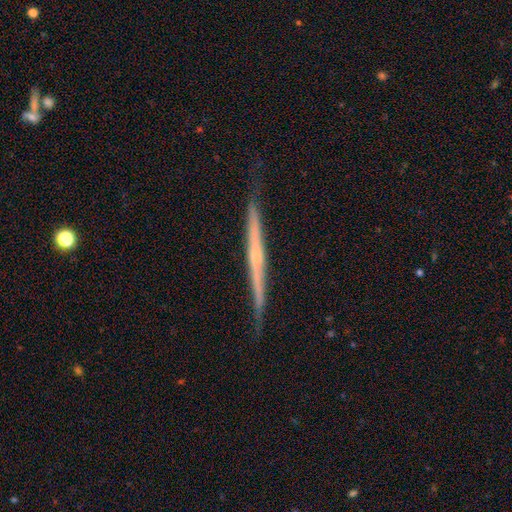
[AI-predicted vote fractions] Smooth or featured?
  - featured or disk: 72% *
  - smooth: 22%
  - star or artifact: 6%
Edge-on disk?
  - yes: 98% *
  - no: 2%
Edge-on bulge?
  - none: 57% *
  - rounded: 37%
  - boxy: 6%
Merging?
  - none: 84% *
  - minor disturbance: 13%
  - major disturbance: 2%
  - merger: 1%